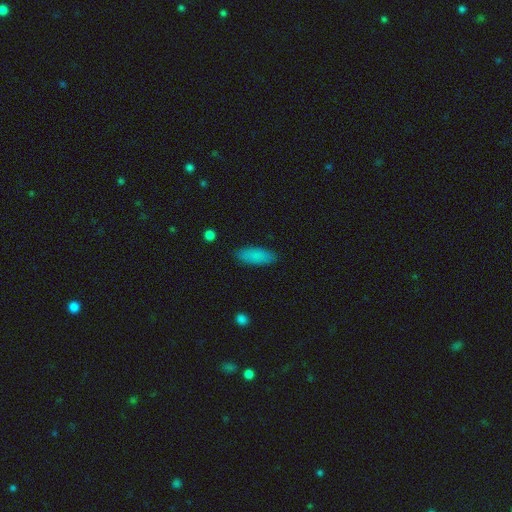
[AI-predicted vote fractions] Smooth or featured? smooth (86%)
How rounded? in between (71%)
Merging? none (88%)